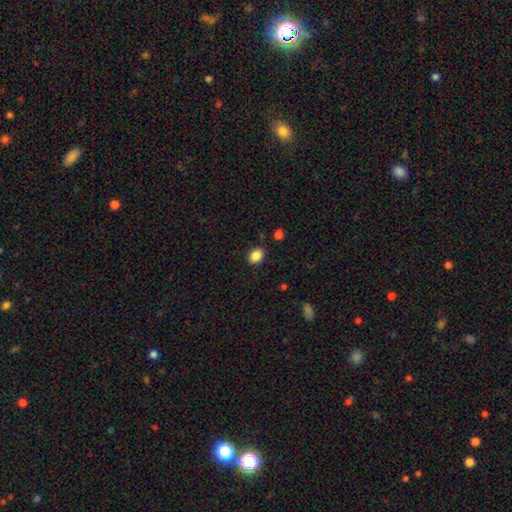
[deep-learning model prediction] Smooth or featured?
  - smooth: 88% *
  - star or artifact: 9%
  - featured or disk: 4%
How rounded?
  - in between: 62% *
  - round: 38%
  - cigar-shaped: 1%
Merging?
  - none: 86% *
  - minor disturbance: 9%
  - major disturbance: 2%
  - merger: 2%